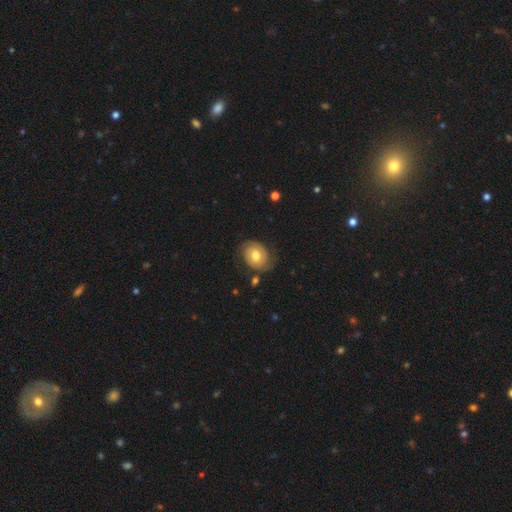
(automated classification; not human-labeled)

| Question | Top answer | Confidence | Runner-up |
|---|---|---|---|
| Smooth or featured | featured or disk | 61% | smooth (31%) |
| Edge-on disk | no | 97% | yes (3%) |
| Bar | no | 71% | weak (24%) |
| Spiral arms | yes | 84% | no (16%) |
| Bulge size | moderate | 74% | large (14%) |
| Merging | none | 75% | minor disturbance (16%) |